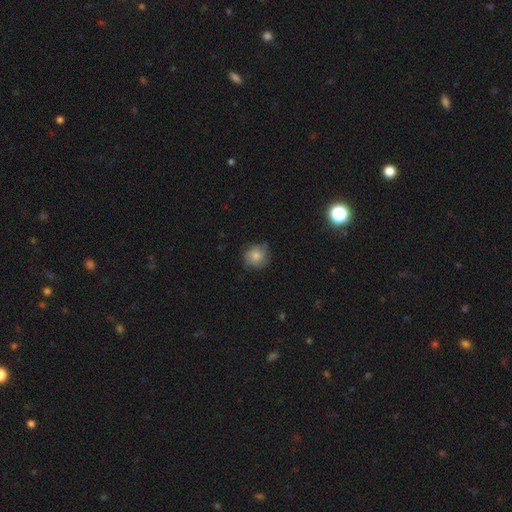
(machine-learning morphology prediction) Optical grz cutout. It shows a smooth galaxy with no disk features (74%) that is round (86%). Merging: none (68%).